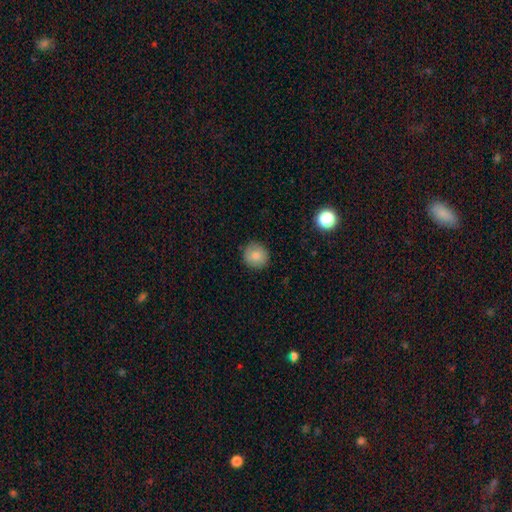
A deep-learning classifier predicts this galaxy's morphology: Smooth or featured? Predicted: smooth (p=0.85). How rounded? Predicted: round (p=0.92). Merging? Predicted: none (p=0.89).